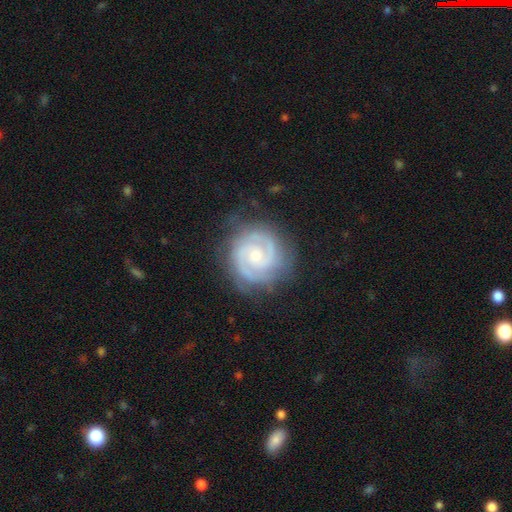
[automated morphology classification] type=featured or disk (90%); edge-on=no (98%); bar=no (66%); spiral arms=yes (98%); winding=tight (70%); arm count=2 (73%); bulge=small (61%); merging=none (81%).